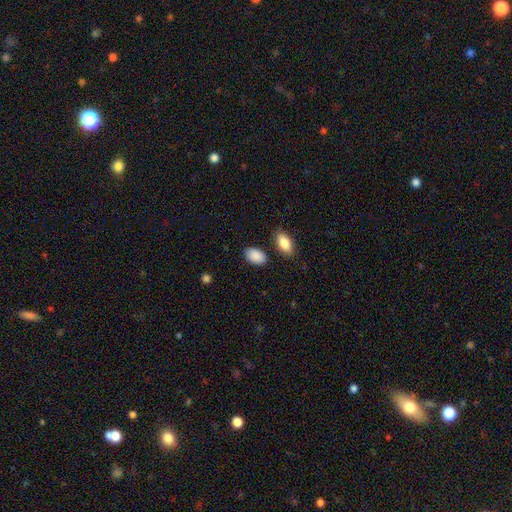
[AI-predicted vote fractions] Q: Smooth or featured?
A: smooth (90%); runner-up: star or artifact (6%)
Q: How rounded?
A: in between (92%); runner-up: round (7%)
Q: Merging?
A: none (83%); runner-up: minor disturbance (10%)